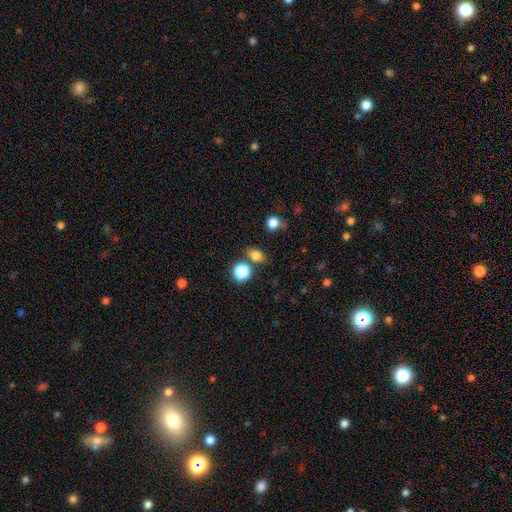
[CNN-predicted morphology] Smooth or featured: smooth — 79% (star or artifact — 15%)
How rounded: in between — 52% (round — 46%)
Merging: none — 73% (merger — 12%)